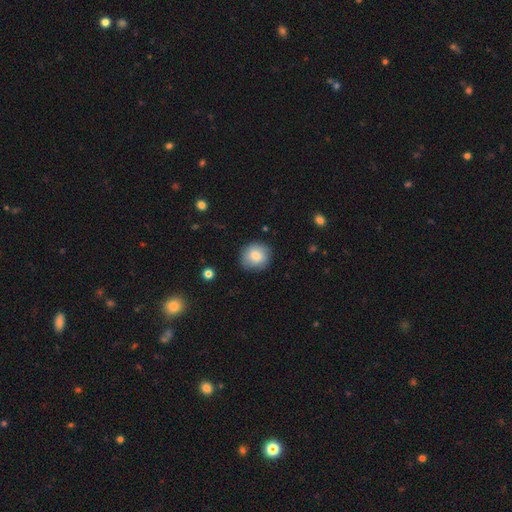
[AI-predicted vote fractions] A smooth galaxy with no disk features (80%) that is round (86%).

Vote fractions:
- Smooth or featured? smooth: 80% / featured or disk: 12% / star or artifact: 8%
- How rounded? round: 86% / in between: 13% / cigar-shaped: 1%
- Merging? none: 84% / minor disturbance: 12% / major disturbance: 3% / merger: 1%